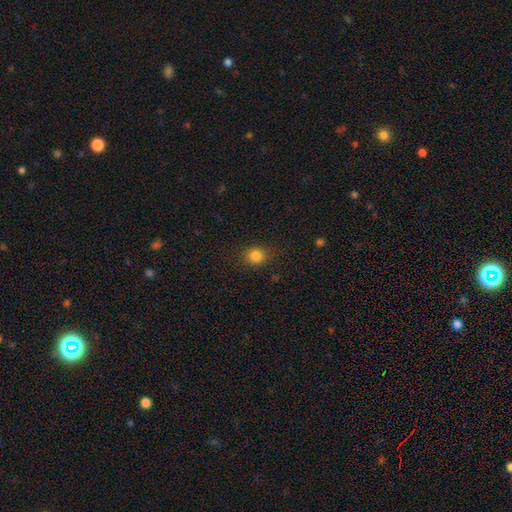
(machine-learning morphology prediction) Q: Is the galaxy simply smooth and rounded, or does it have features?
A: smooth — 84%.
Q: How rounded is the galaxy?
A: round — 78%.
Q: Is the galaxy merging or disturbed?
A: none — 85%.